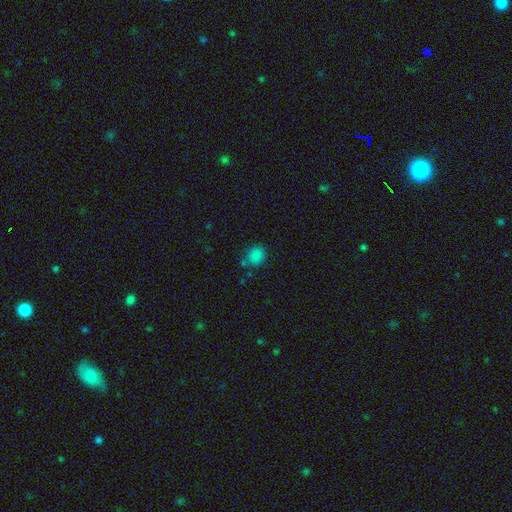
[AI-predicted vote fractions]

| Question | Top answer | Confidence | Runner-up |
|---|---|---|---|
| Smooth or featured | smooth | 82% | star or artifact (13%) |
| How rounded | round | 71% | in between (28%) |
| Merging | none | 72% | minor disturbance (13%) |